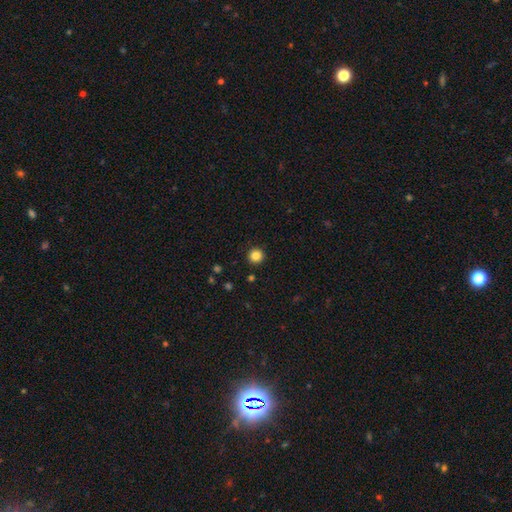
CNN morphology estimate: Smooth or featured? smooth (85%)
How rounded? round (95%)
Merging? none (93%)